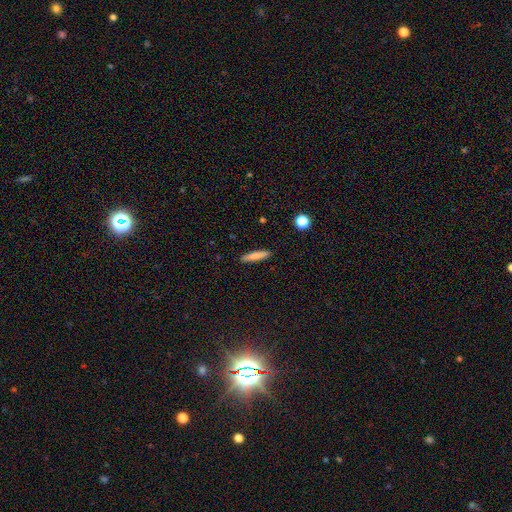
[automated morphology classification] smooth-or-featured: smooth: 80% | featured or disk: 13% | star or artifact: 7%
  how-rounded: cigar-shaped: 88% | in between: 10% | round: 2%
  merging: none: 91% | minor disturbance: 6% | major disturbance: 2% | merger: 1%